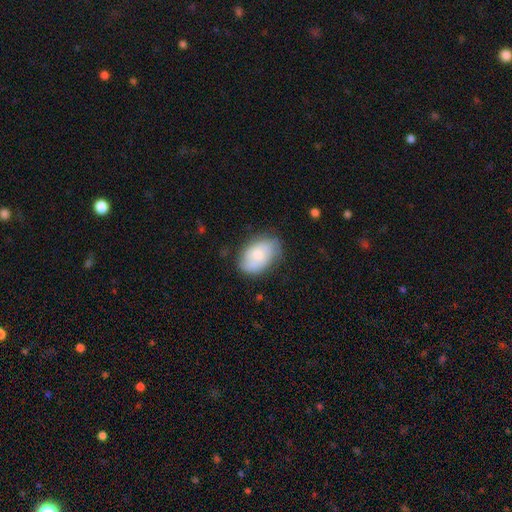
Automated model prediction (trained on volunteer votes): A smooth galaxy with no disk features (68%) that is in between round and cigar-shaped (89%).

Vote fractions:
- Smooth or featured? smooth: 68% / featured or disk: 25% / star or artifact: 7%
- How rounded? in between: 89% / round: 10% / cigar-shaped: 1%
- Merging? none: 68% / minor disturbance: 24% / major disturbance: 6% / merger: 2%